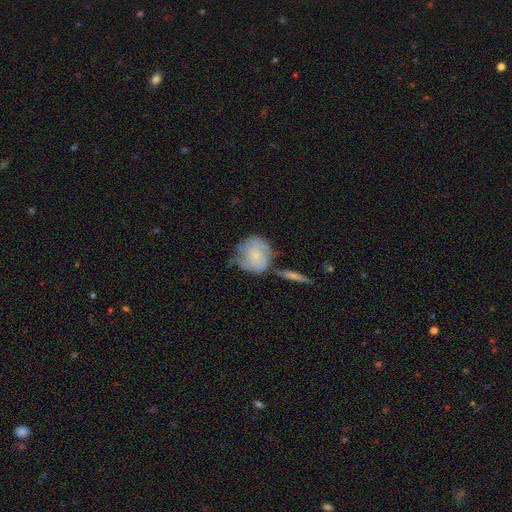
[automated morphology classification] featured or disk 59%, smooth 34%, star or artifact 7%. Down the decision tree: edge-on disk — no (96%); bar — no (79%); spiral arms — yes (83%); bulge size — small (74%); merging — none (49%).